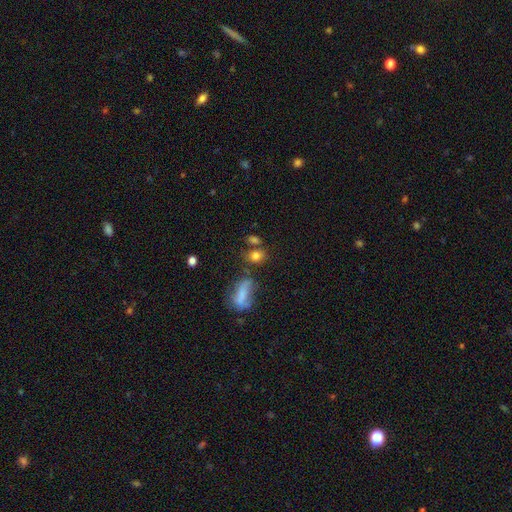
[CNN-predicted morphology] A smooth galaxy with no disk features (77%) that is in between round and cigar-shaped (61%).

Vote fractions:
- Smooth or featured? smooth: 77% / star or artifact: 13% / featured or disk: 10%
- How rounded? in between: 61% / round: 35% / cigar-shaped: 4%
- Merging? none: 57% / merger: 20% / minor disturbance: 15% / major disturbance: 8%